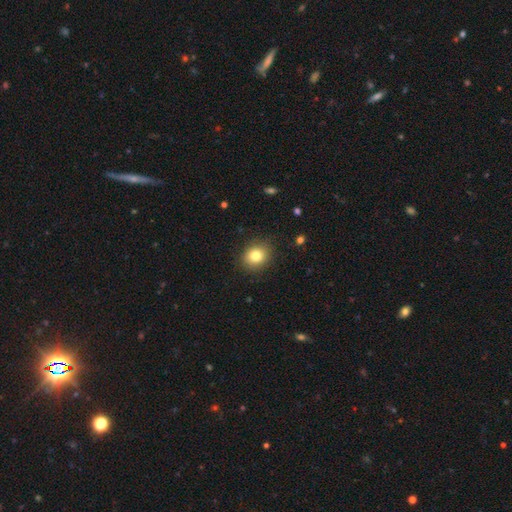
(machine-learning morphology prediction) smooth 82%, star or artifact 11%, featured or disk 8%. Down the decision tree: how rounded — round (69%); merging — none (87%).